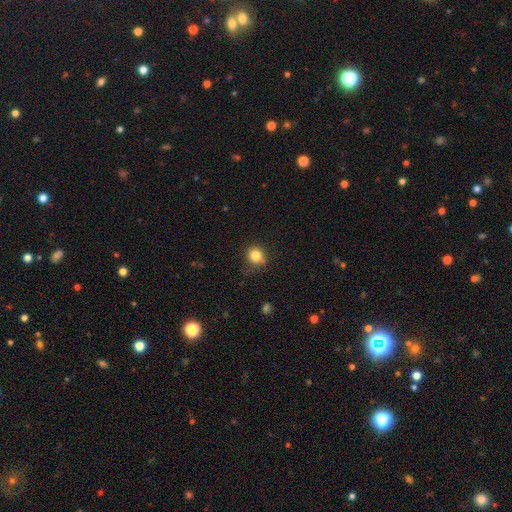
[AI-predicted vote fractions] The model was most divided on "merging": none: 79%, minor disturbance: 15%, major disturbance: 4%, merger: 2%. More confident: how rounded — round (87%); smooth or featured — smooth (81%).